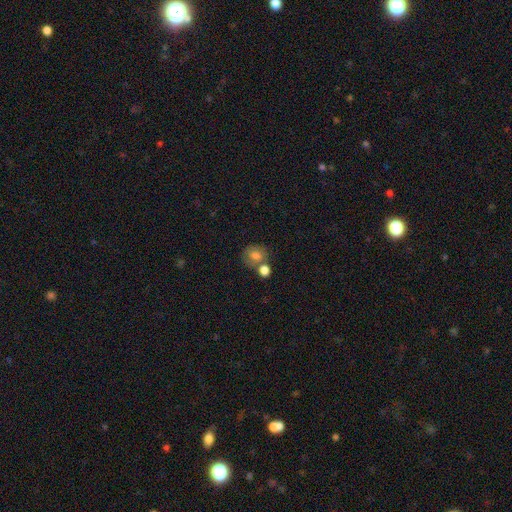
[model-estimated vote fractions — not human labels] Smooth or featured? Predicted: smooth (p=0.76). How rounded? Predicted: round (p=0.66). Merging? Predicted: none (p=0.49).